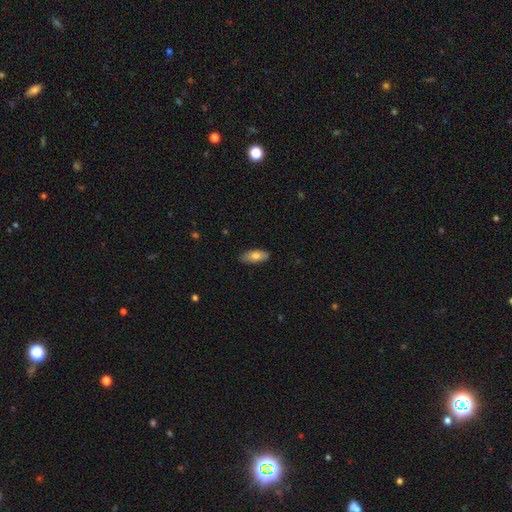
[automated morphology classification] smooth_or_featured: smooth (p=0.77) [alt: featured or disk p=0.16]
how_rounded: in between (p=0.86) [alt: cigar-shaped p=0.12]
merging: none (p=0.85) [alt: minor disturbance p=0.12]